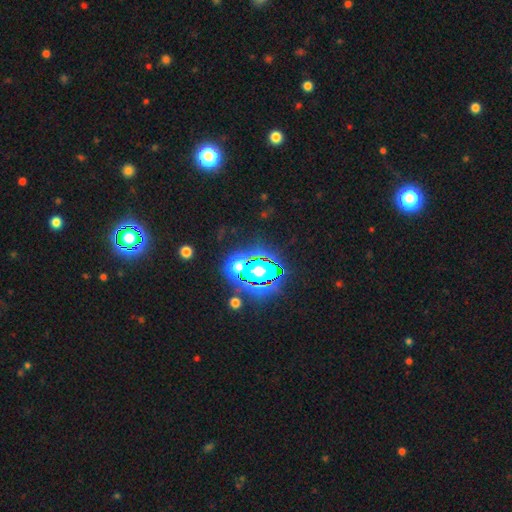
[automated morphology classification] This is likely a star or artifact rather than a galaxy (66%).